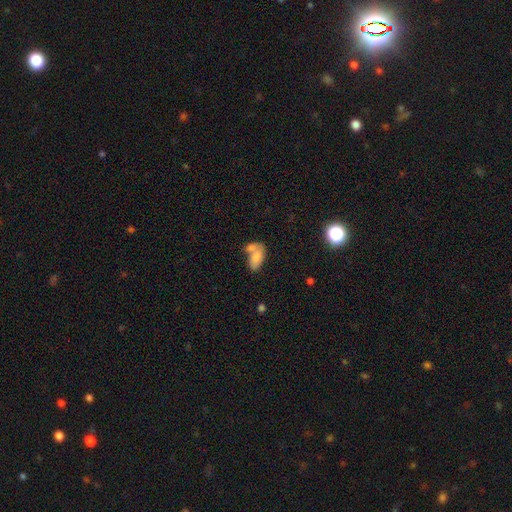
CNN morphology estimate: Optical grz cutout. It shows a smooth galaxy with no disk features (77%) that is in between round and cigar-shaped (92%). Merging: merger (50%).